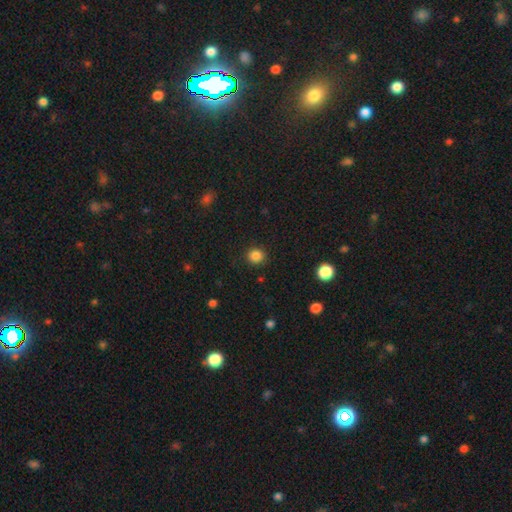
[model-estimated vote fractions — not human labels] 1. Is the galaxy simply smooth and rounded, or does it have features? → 85% smooth, 12% star or artifact, 3% featured or disk.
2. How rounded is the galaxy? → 89% round, 10% in between, 1% cigar-shaped.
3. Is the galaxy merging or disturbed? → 90% none, 7% minor disturbance, 2% major disturbance, 1% merger.